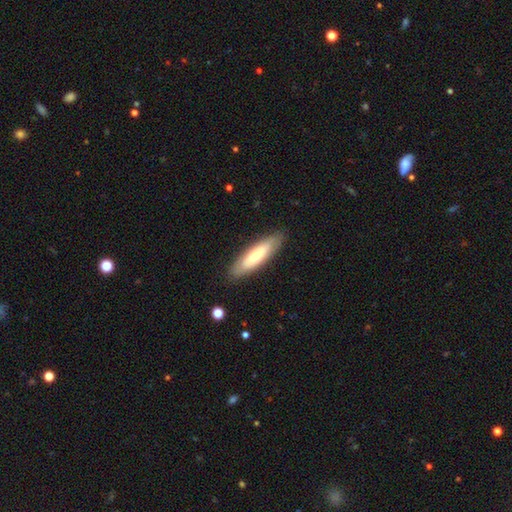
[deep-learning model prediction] smooth 63%, featured or disk 31%, star or artifact 5%. Down the decision tree: how rounded — cigar-shaped (62%); merging — none (86%).